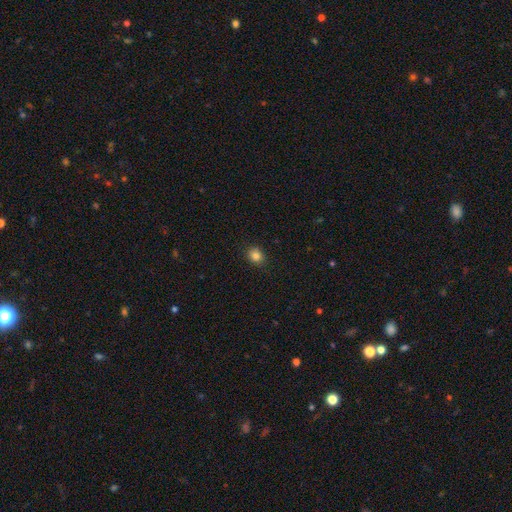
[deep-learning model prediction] Q: Smooth or featured?
A: smooth (83%); runner-up: star or artifact (12%)
Q: How rounded?
A: round (67%); runner-up: in between (32%)
Q: Merging?
A: none (88%); runner-up: minor disturbance (9%)